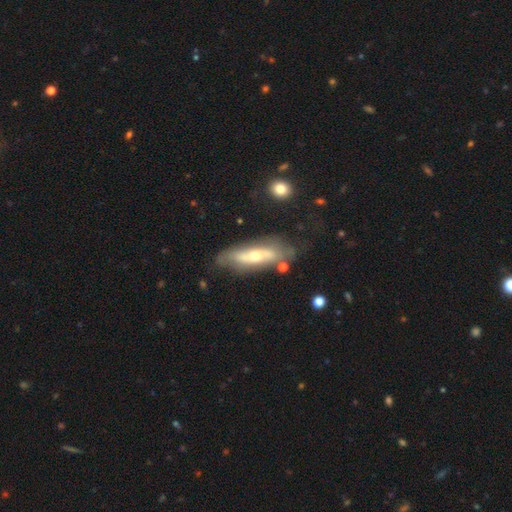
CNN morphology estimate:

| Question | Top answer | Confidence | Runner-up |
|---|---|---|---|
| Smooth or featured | featured or disk | 66% | smooth (27%) |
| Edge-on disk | no | 59% | yes (41%) |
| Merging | none | 65% | minor disturbance (21%) |